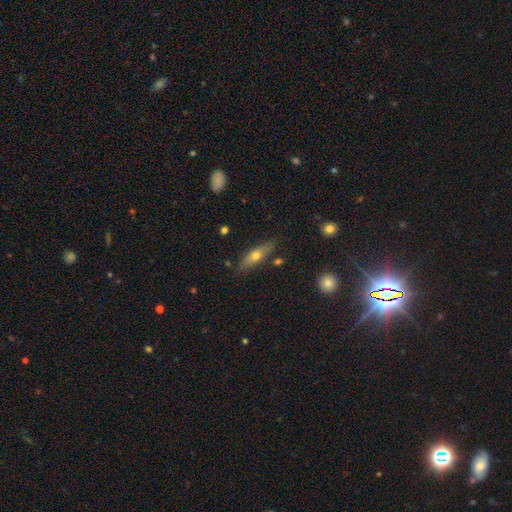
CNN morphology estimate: This is possibly a smooth galaxy (55%). How rounded: possibly cigar-shaped (56%). Merging: clearly none (82%).